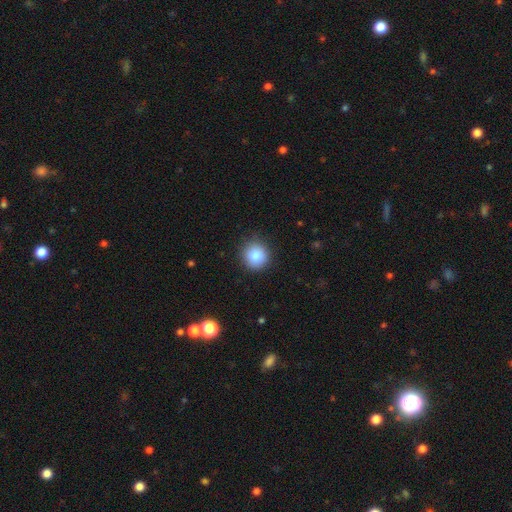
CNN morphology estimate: Smooth or featured: smooth — 85% (star or artifact — 9%)
How rounded: round — 93% (in between — 6%)
Merging: none — 89% (minor disturbance — 8%)